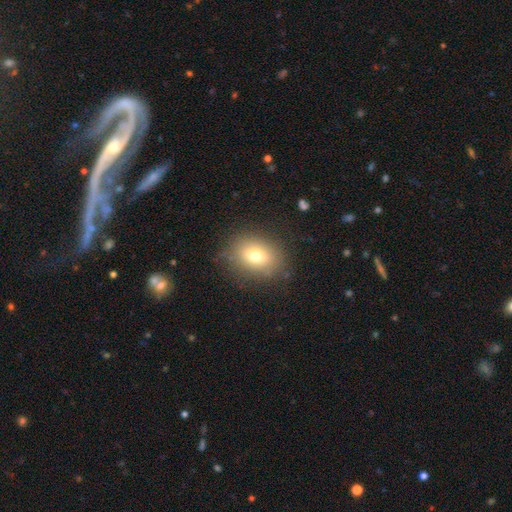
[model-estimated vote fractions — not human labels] smooth 72%, featured or disk 15%, star or artifact 12%. Down the decision tree: how rounded — in between (58%); merging — none (83%).